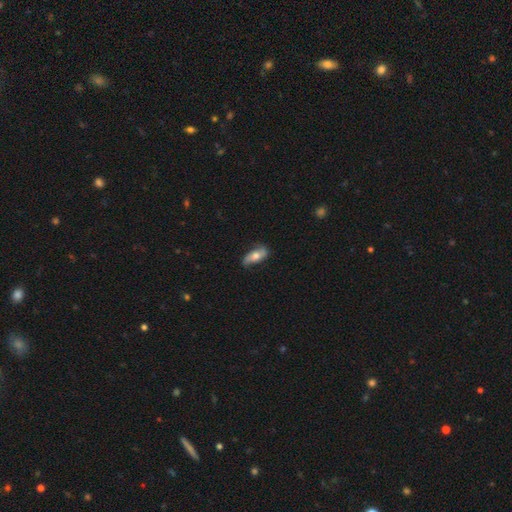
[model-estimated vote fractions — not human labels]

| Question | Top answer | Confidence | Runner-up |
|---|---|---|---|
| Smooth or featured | smooth | 51% | featured or disk (42%) |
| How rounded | in between | 79% | cigar-shaped (17%) |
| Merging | none | 69% | minor disturbance (24%) |